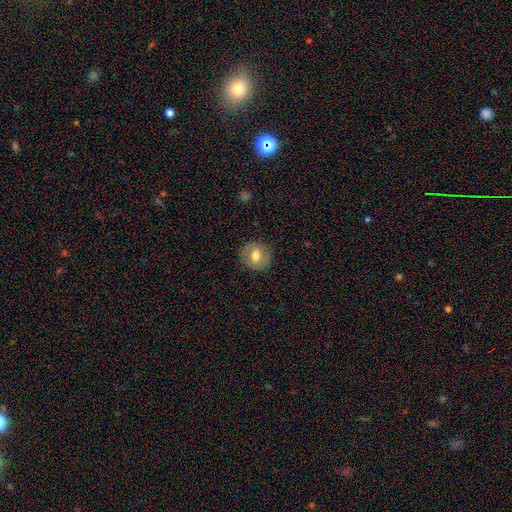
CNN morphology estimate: This appears to be a smooth galaxy with no disk features (67%) that is round (87%). Merging: none (88%).